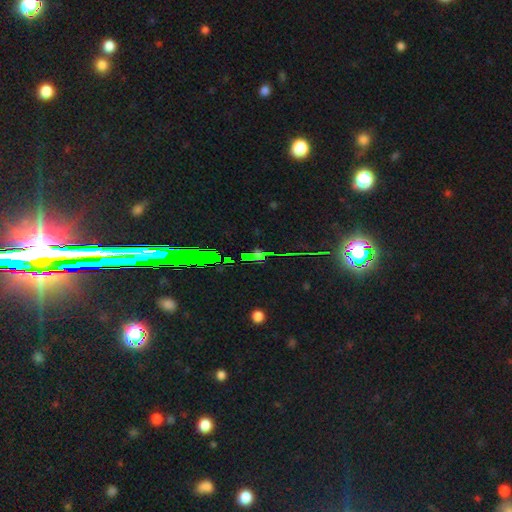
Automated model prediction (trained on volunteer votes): smooth-or-featured: star or artifact: 45% | featured or disk: 31% | smooth: 24%